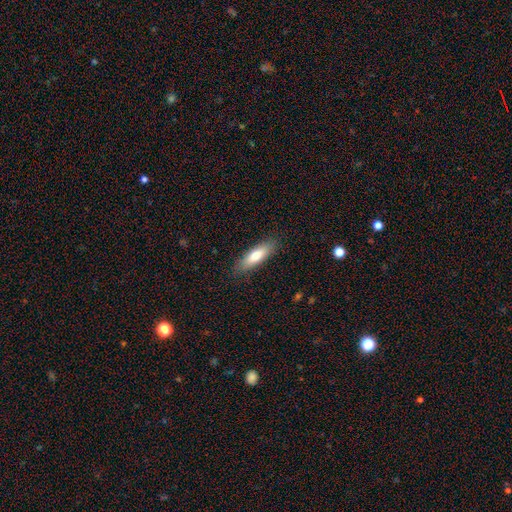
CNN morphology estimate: Smooth or featured?
  - smooth: 73% *
  - featured or disk: 21%
  - star or artifact: 6%
How rounded?
  - cigar-shaped: 55% *
  - in between: 44%
  - round: 2%
Merging?
  - none: 87% *
  - minor disturbance: 10%
  - major disturbance: 2%
  - merger: 1%